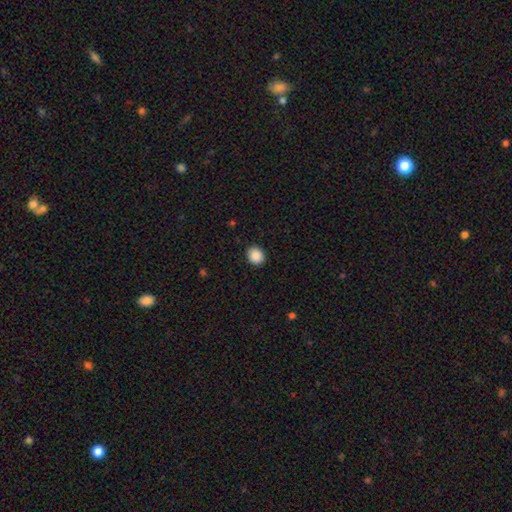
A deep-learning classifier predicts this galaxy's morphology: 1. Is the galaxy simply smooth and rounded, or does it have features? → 89% smooth, 9% star or artifact, 3% featured or disk.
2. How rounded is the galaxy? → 72% round, 27% in between, 1% cigar-shaped.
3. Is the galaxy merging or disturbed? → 90% none, 7% minor disturbance, 2% major disturbance, 1% merger.